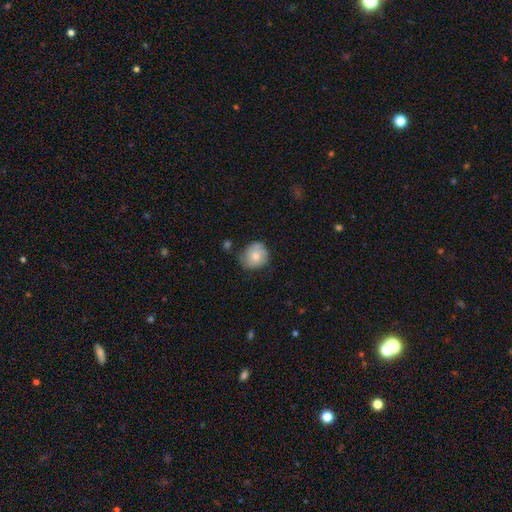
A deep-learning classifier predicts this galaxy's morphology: type=smooth (73%); roundness=round (84%); merging=none (65%).